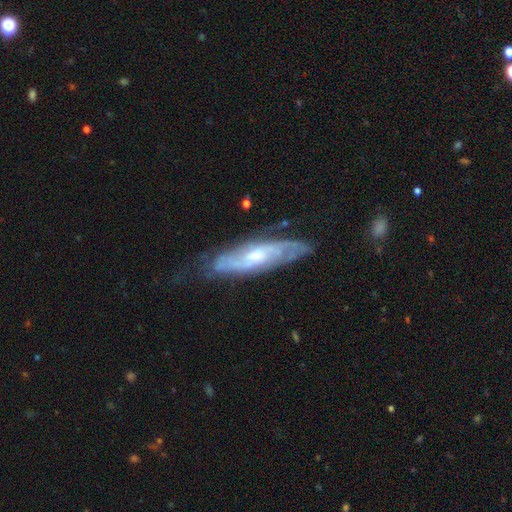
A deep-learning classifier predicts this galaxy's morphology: A featured or disk galaxy (78%) with no bar (54%), tight (46%) spiral arms (90%) and a moderate central bulge (48%). Merging: none (67%).